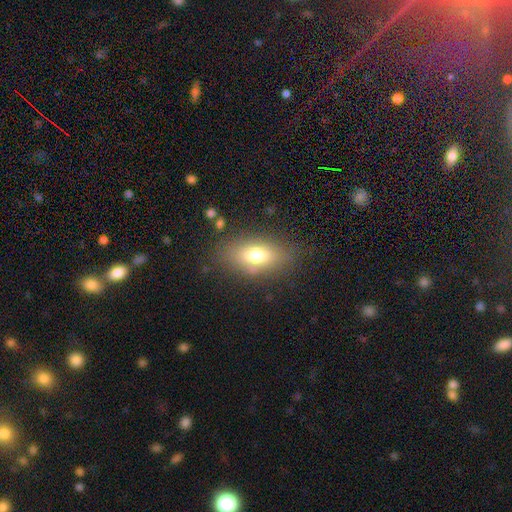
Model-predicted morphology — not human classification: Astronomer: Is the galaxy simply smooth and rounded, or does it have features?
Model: smooth — 71%.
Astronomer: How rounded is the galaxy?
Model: in between — 84%.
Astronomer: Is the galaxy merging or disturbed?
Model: none — 81%.